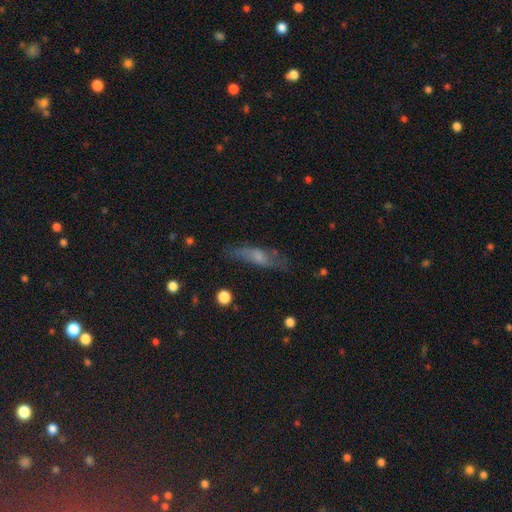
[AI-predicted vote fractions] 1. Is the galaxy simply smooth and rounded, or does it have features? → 47% smooth, 41% featured or disk, 13% star or artifact.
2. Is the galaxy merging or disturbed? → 66% none, 22% minor disturbance, 9% major disturbance, 2% merger.